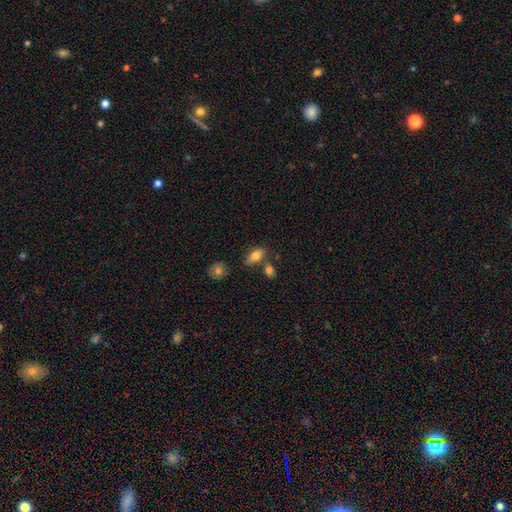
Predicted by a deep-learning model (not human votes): smooth-or-featured: smooth: 80% | featured or disk: 13% | star or artifact: 8%
  how-rounded: in between: 87% | cigar-shaped: 9% | round: 5%
  merging: none: 66% | merger: 15% | minor disturbance: 14% | major disturbance: 4%